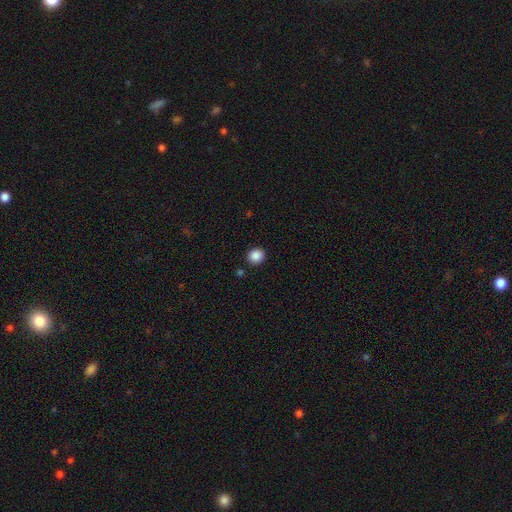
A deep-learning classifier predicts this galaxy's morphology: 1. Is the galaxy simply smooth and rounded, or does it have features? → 88% smooth, 9% star or artifact, 3% featured or disk.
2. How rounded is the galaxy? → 81% round, 18% in between, 1% cigar-shaped.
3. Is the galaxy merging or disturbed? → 89% none, 7% minor disturbance, 2% merger, 2% major disturbance.